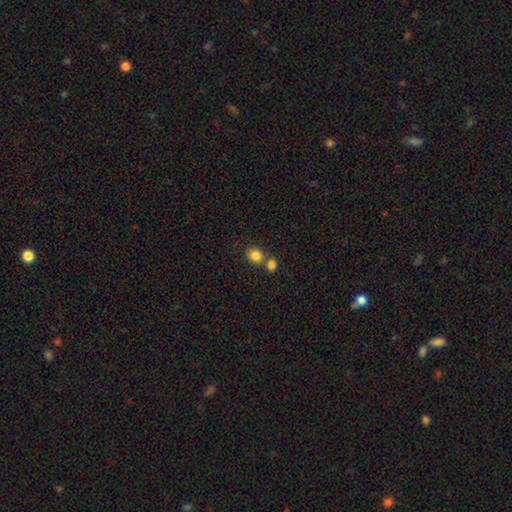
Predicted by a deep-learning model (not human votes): This appears to be a smooth galaxy with no disk features (84%) that is round (72%). Merging: none (59%).